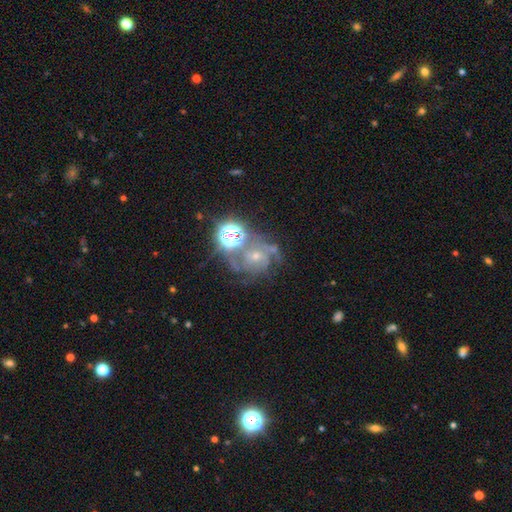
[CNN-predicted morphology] smooth_or_featured: featured or disk (p=0.60) [alt: star or artifact p=0.26]
disk_edge_on: no (p=0.97) [alt: yes p=0.03]
bar: no (p=0.69) [alt: weak p=0.23]
has_spiral_arms: yes (p=0.86) [alt: no p=0.14]
spiral_winding: tight (p=0.45) [alt: medium p=0.42]
spiral_arm_count: can't tell (p=0.34) [alt: 3 p=0.28]
bulge_size: small (p=0.55) [alt: moderate p=0.36]
merging: none (p=0.47) [alt: major disturbance p=0.20]